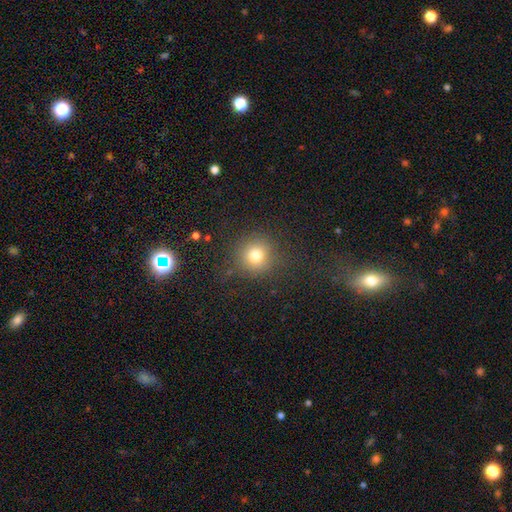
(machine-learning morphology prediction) Smooth or featured?
  - smooth: 77% *
  - star or artifact: 15%
  - featured or disk: 8%
How rounded?
  - round: 92% *
  - in between: 7%
  - cigar-shaped: 1%
Merging?
  - none: 84% *
  - minor disturbance: 9%
  - major disturbance: 5%
  - merger: 2%